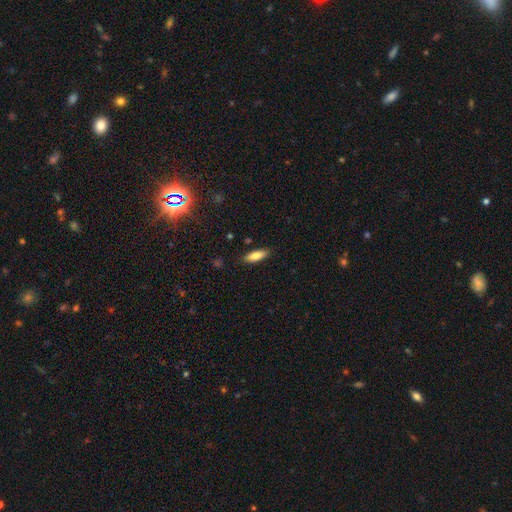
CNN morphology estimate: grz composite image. It shows a smooth galaxy with no disk features (79%) that is in between round and cigar-shaped (57%). Merging: none (86%).